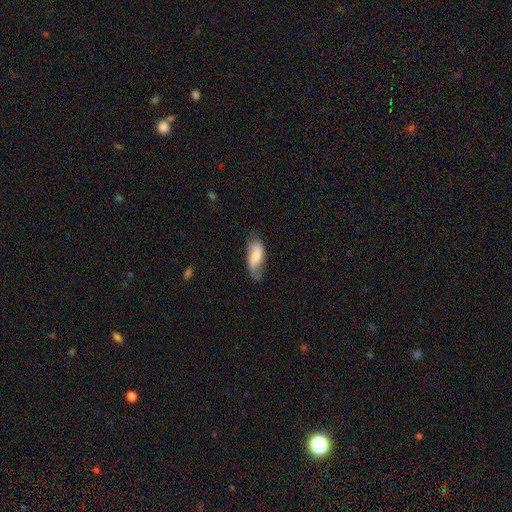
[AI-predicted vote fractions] Smooth or featured? smooth (65%)
How rounded? in between (81%)
Merging? none (59%)